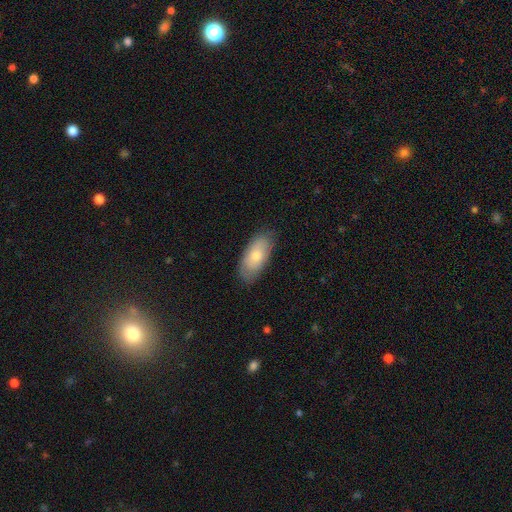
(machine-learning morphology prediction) A smooth galaxy with no disk features (76%) that is in between round and cigar-shaped (90%).

Vote fractions:
- Smooth or featured? smooth: 76% / featured or disk: 19% / star or artifact: 6%
- How rounded? in between: 90% / cigar-shaped: 8% / round: 2%
- Merging? none: 80% / minor disturbance: 16% / major disturbance: 3% / merger: 1%